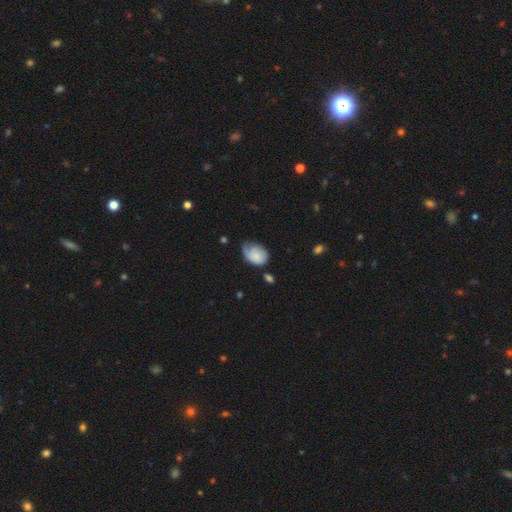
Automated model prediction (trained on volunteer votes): This appears to be a smooth galaxy with no disk features (63%) that is in between round and cigar-shaped (73%). Merging: minor disturbance (42%).